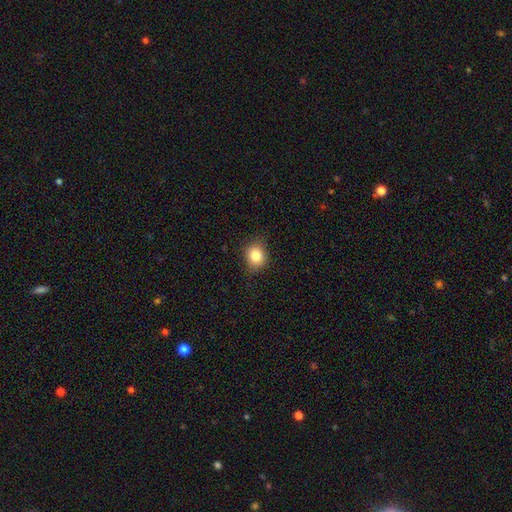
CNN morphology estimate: A smooth galaxy with no disk features (82%) that is round (66%).

Vote fractions:
- Smooth or featured? smooth: 82% / star or artifact: 11% / featured or disk: 7%
- How rounded? round: 66% / in between: 33% / cigar-shaped: 1%
- Merging? none: 82% / minor disturbance: 14% / major disturbance: 3% / merger: 1%